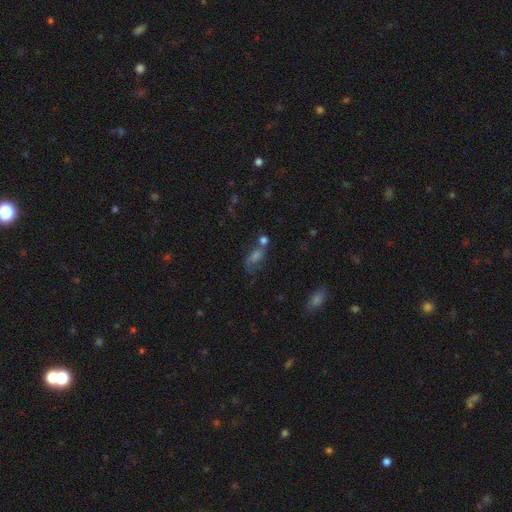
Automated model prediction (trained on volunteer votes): Morphology: type=smooth (45%); merging=none (43%).